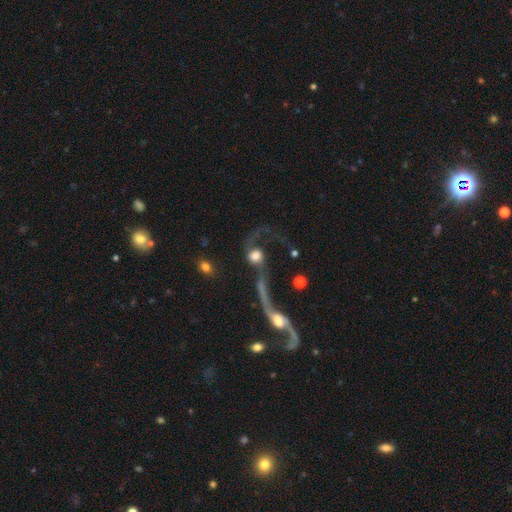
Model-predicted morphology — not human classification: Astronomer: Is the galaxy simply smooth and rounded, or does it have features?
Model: featured or disk — 59%.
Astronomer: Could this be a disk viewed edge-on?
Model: no — 93%.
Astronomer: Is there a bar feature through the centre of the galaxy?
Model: no — 73%.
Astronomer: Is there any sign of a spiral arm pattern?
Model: yes — 78%.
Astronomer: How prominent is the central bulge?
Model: large — 39% (runner-up: moderate, 33%).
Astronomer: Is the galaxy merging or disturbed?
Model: merger — 41% (runner-up: major disturbance, 27%).